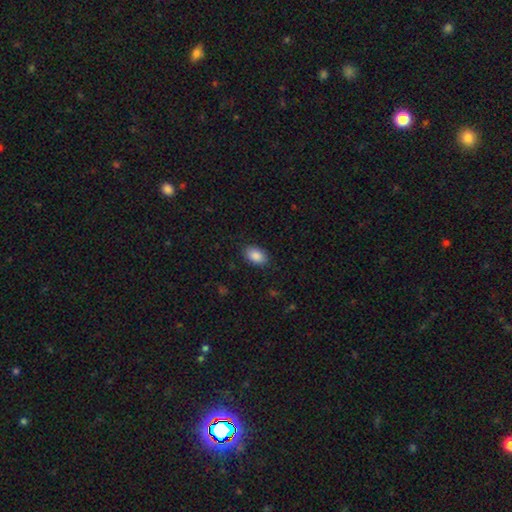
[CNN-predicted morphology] Smooth or featured?
  - smooth: 89% *
  - star or artifact: 7%
  - featured or disk: 4%
How rounded?
  - in between: 91% *
  - round: 8%
  - cigar-shaped: 1%
Merging?
  - none: 87% *
  - minor disturbance: 9%
  - major disturbance: 2%
  - merger: 1%